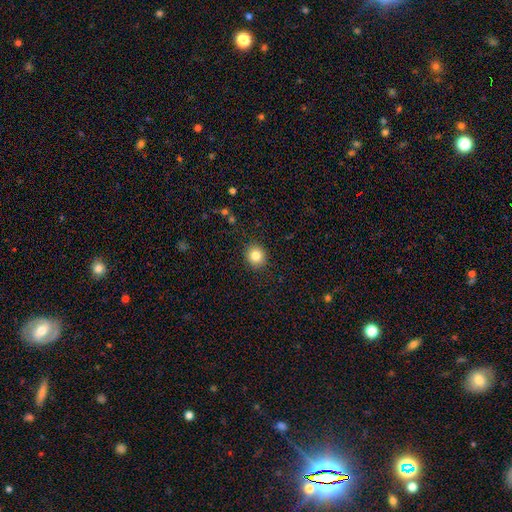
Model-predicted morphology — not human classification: type=smooth (83%); roundness=round (86%); merging=none (90%).